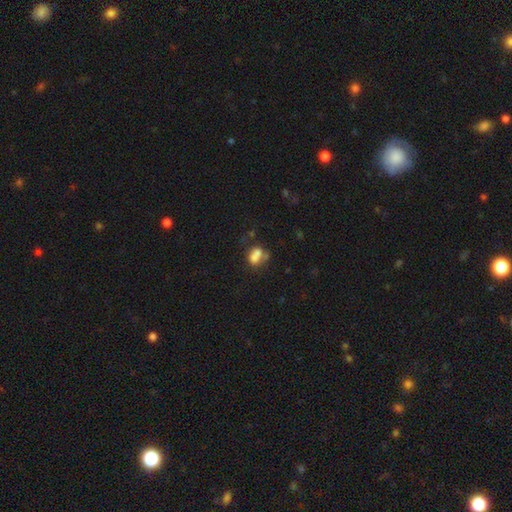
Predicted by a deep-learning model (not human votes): Morphology: type=smooth (68%); roundness=in between (64%); merging=merger (48%).